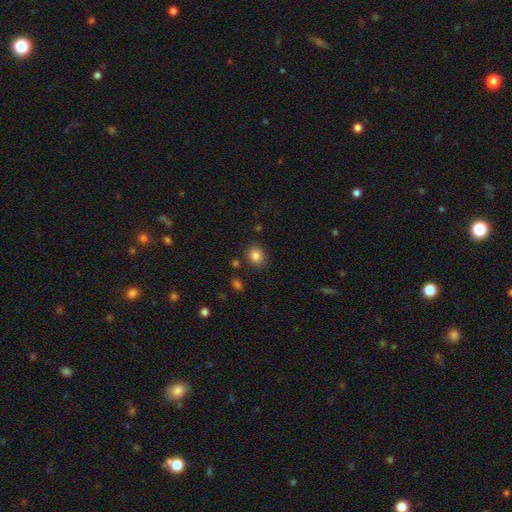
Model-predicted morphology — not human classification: Q: Smooth or featured?
A: smooth (84%); runner-up: star or artifact (11%)
Q: How rounded?
A: round (64%); runner-up: in between (35%)
Q: Merging?
A: none (83%); runner-up: minor disturbance (11%)